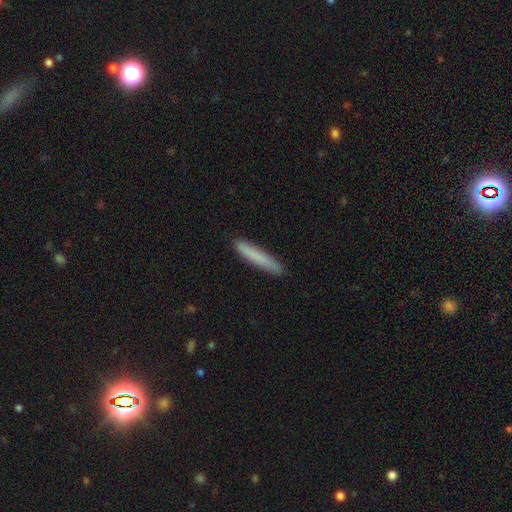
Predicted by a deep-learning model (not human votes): Smooth or featured: smooth — 80% (featured or disk — 14%)
How rounded: cigar-shaped — 94% (in between — 5%)
Merging: none — 89% (minor disturbance — 8%)